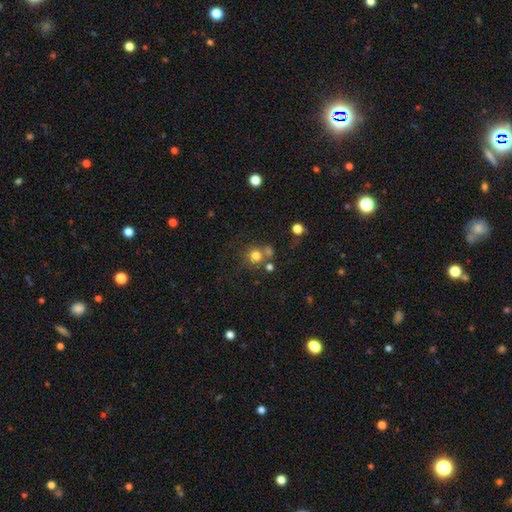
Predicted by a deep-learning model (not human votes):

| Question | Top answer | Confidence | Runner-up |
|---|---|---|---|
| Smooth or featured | smooth | 75% | star or artifact (16%) |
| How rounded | round | 90% | in between (9%) |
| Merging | none | 61% | merger (25%) |